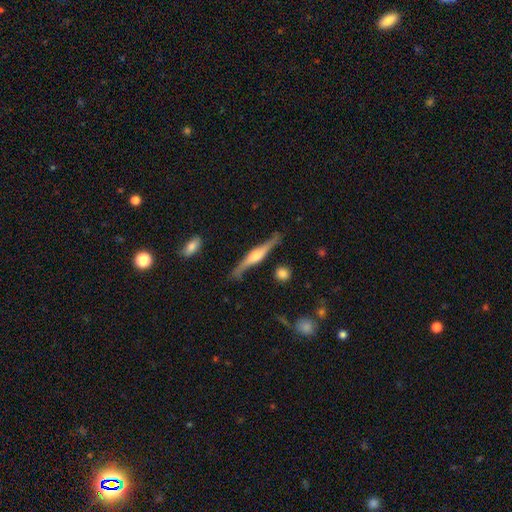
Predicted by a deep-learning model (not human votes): The model was most divided on "smooth or featured": featured or disk: 73%, smooth: 22%, star or artifact: 5%. More confident: edge-on disk — yes (93%); edge-on bulge — rounded (84%); merging — none (79%).